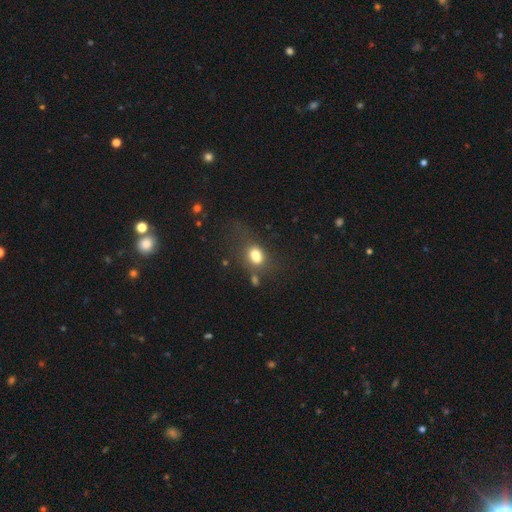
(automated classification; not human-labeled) A smooth galaxy with no disk features (77%) that is in between round and cigar-shaped (70%).

Vote fractions:
- Smooth or featured? smooth: 77% / star or artifact: 12% / featured or disk: 11%
- How rounded? in between: 70% / round: 28% / cigar-shaped: 2%
- Merging? none: 46% / minor disturbance: 22% / major disturbance: 18% / merger: 14%